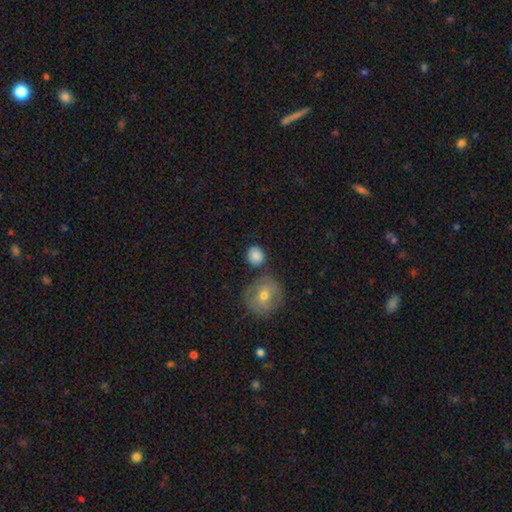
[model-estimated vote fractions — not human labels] Smooth or featured? smooth (83%)
How rounded? round (81%)
Merging? none (71%)